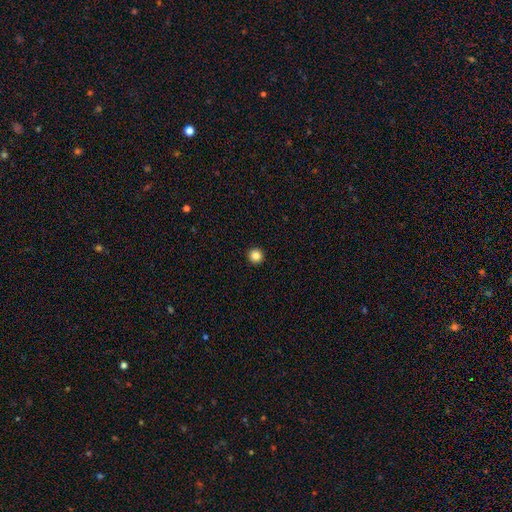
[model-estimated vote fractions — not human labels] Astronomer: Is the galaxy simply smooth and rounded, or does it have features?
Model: smooth — 84%.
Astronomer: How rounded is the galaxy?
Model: round — 96%.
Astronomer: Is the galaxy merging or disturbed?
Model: none — 94%.